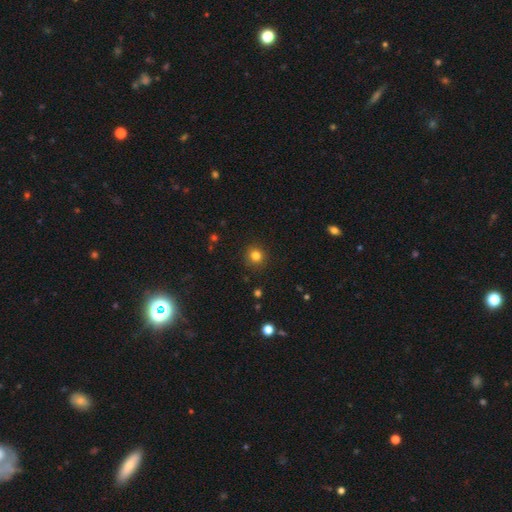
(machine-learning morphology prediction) type=smooth (82%); roundness=round (90%); merging=none (90%).